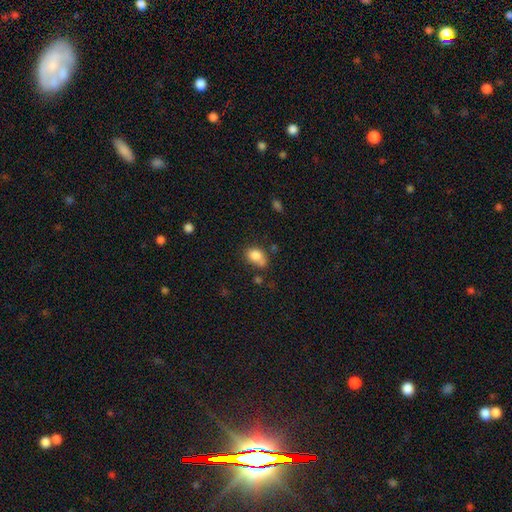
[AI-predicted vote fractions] Smooth or featured: smooth — 82% (star or artifact — 9%)
How rounded: in between — 65% (round — 34%)
Merging: none — 49% (minor disturbance — 25%)